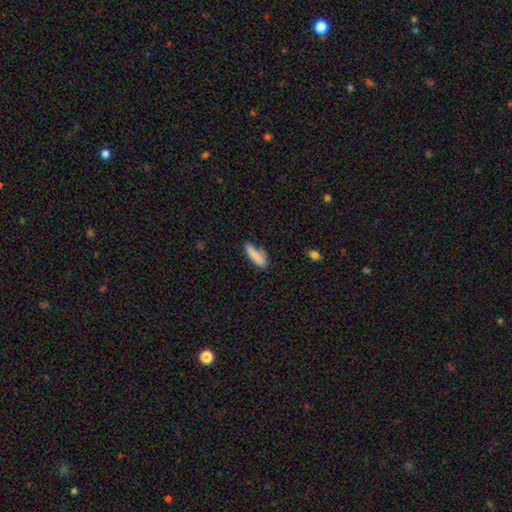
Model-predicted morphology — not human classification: smooth-or-featured: smooth: 79% | featured or disk: 14% | star or artifact: 7%
  how-rounded: cigar-shaped: 62% | in between: 36% | round: 2%
  merging: none: 58% | minor disturbance: 28% | major disturbance: 8% | merger: 6%